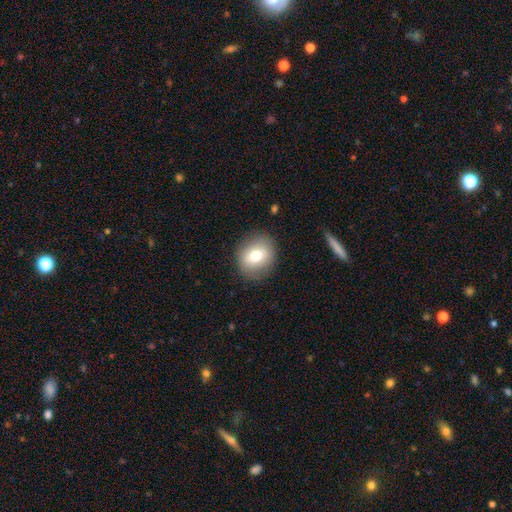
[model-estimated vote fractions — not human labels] A smooth galaxy with no disk features (72%) that is round (66%). Merging: none (86%).